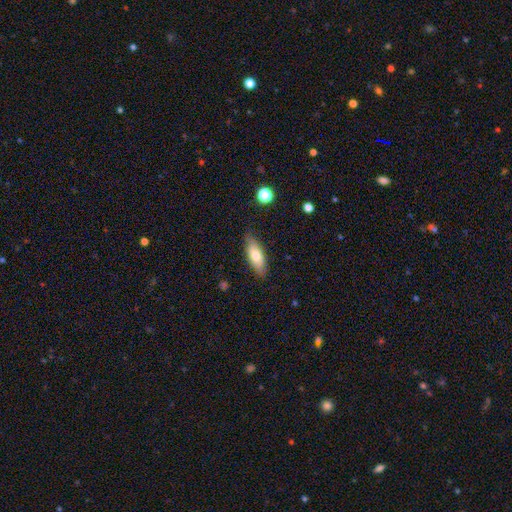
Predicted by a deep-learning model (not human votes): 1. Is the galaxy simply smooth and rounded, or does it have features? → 70% smooth, 23% featured or disk, 7% star or artifact.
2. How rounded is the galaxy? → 69% in between, 29% cigar-shaped, 2% round.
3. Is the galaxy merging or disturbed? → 83% none, 14% minor disturbance, 3% major disturbance, 1% merger.